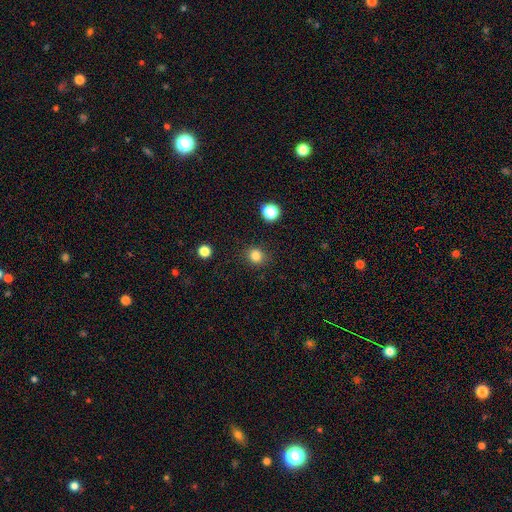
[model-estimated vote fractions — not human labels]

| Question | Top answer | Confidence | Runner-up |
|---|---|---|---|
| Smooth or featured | smooth | 83% | star or artifact (13%) |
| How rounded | round | 81% | in between (19%) |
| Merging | none | 88% | minor disturbance (8%) |